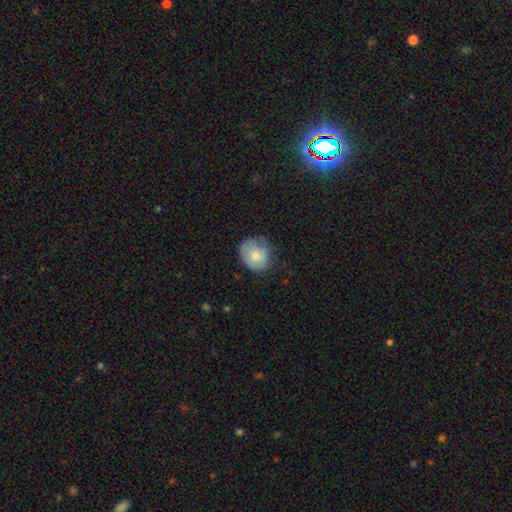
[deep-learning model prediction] This is likely a smooth galaxy (71%). How rounded: likely round (62%). Merging: possibly none (59%).